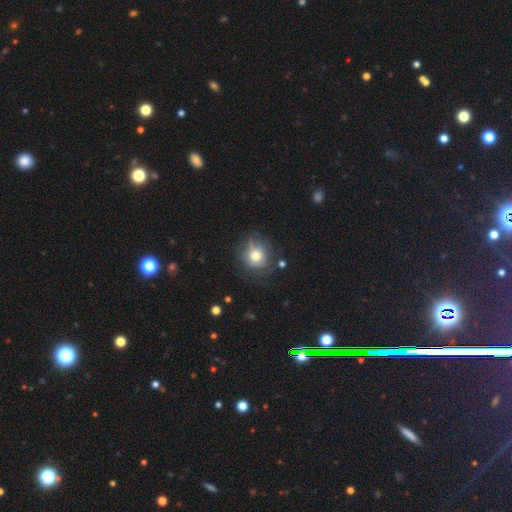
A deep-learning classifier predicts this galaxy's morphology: Smooth or featured?
  - smooth: 69% *
  - featured or disk: 20%
  - star or artifact: 11%
How rounded?
  - round: 85% *
  - in between: 14%
  - cigar-shaped: 1%
Merging?
  - none: 68% *
  - minor disturbance: 20%
  - major disturbance: 9%
  - merger: 3%